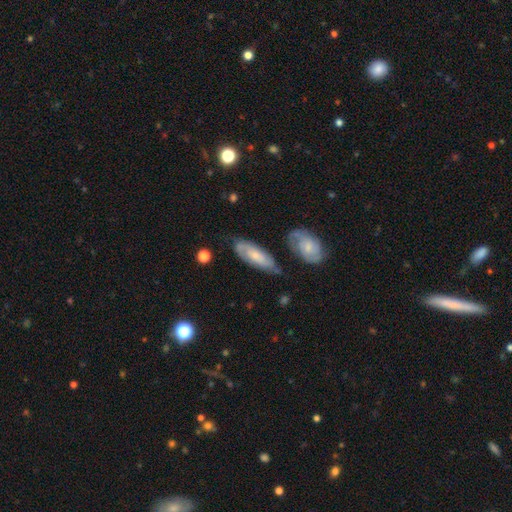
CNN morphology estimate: smooth_or_featured: featured or disk (p=0.51) [alt: smooth p=0.42]
disk_edge_on: no (p=0.82) [alt: yes p=0.18]
merging: none (p=0.67) [alt: minor disturbance p=0.20]